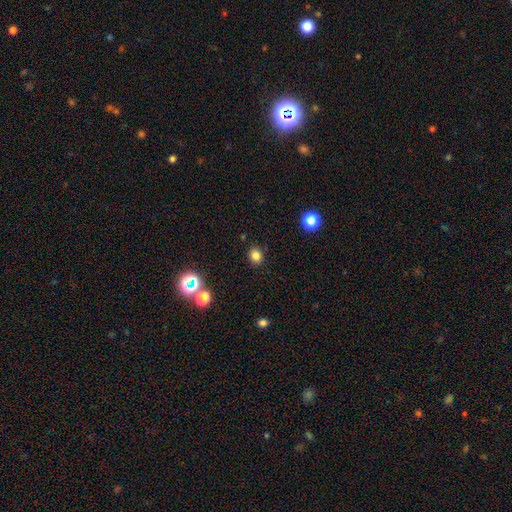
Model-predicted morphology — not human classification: Smooth or featured? smooth (79%)
How rounded? round (76%)
Merging? none (89%)